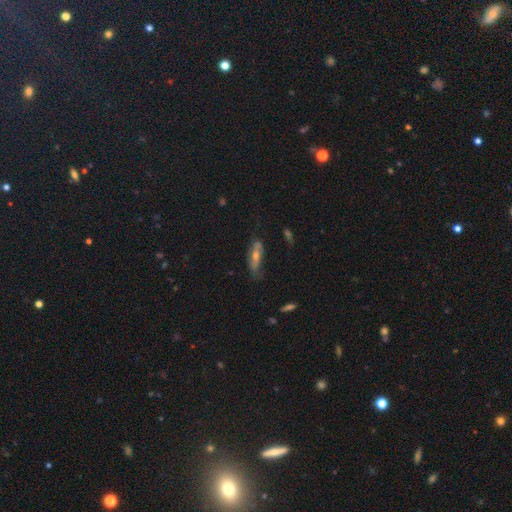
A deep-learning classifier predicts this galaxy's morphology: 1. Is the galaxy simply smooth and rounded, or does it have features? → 48% featured or disk, 39% smooth, 13% star or artifact.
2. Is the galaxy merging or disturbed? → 56% none, 26% minor disturbance, 13% major disturbance, 5% merger.